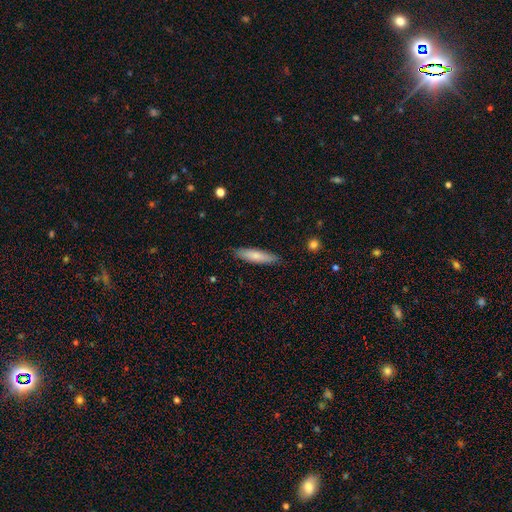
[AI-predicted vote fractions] A smooth galaxy with no disk features (75%) that is cigar-shaped (76%).

Vote fractions:
- Smooth or featured? smooth: 75% / featured or disk: 19% / star or artifact: 6%
- How rounded? cigar-shaped: 76% / in between: 23% / round: 1%
- Merging? none: 87% / minor disturbance: 10% / major disturbance: 2% / merger: 1%